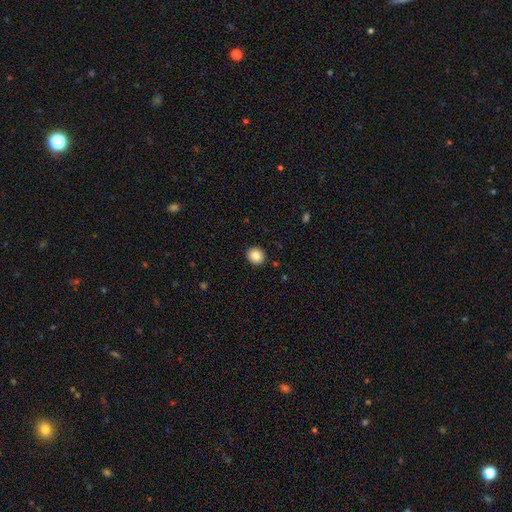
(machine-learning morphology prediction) type=smooth (84%); roundness=round (78%); merging=none (91%).